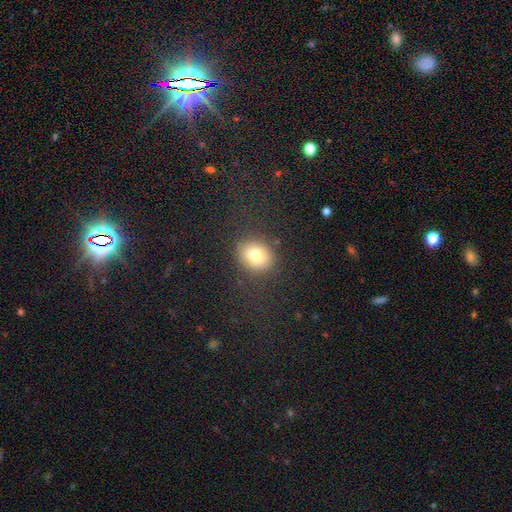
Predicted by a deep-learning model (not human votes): smooth-or-featured: smooth: 76% | star or artifact: 14% | featured or disk: 11%
  how-rounded: round: 72% | in between: 27% | cigar-shaped: 1%
  merging: none: 85% | minor disturbance: 9% | major disturbance: 5% | merger: 1%